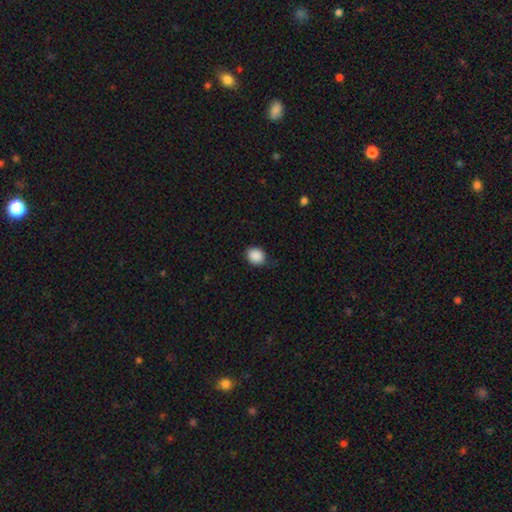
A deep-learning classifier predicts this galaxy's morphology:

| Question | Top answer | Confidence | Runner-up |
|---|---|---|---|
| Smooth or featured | smooth | 89% | star or artifact (8%) |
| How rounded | round | 63% | in between (36%) |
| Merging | none | 77% | minor disturbance (18%) |